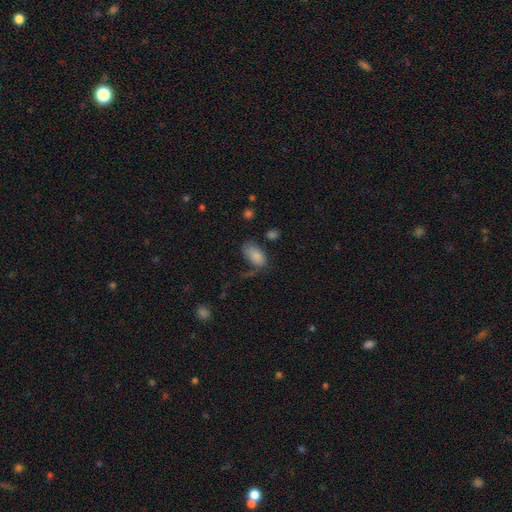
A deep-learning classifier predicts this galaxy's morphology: Overall: smooth (84%). How rounded: in between (94%). Merging: none (57%; minor disturbance 25%).